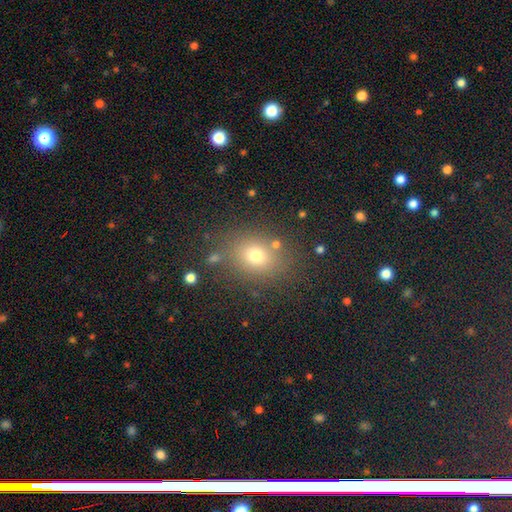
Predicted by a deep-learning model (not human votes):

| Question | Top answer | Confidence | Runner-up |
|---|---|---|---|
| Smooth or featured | smooth | 71% | star or artifact (18%) |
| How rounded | round | 53% | in between (46%) |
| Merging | none | 79% | minor disturbance (11%) |